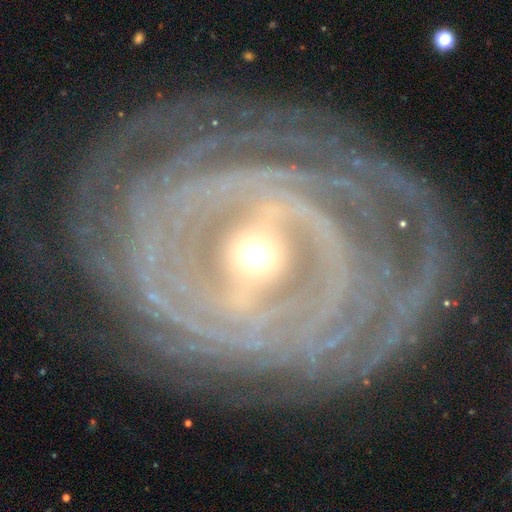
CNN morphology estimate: Smooth or featured? featured or disk (90%)
Edge-on disk? no (95%)
Bar? strong (42%)
Spiral arms? yes (93%)
Spiral winding? tight (78%)
Spiral arm count? can't tell (29%)
Bulge size? small (48%)
Merging? none (76%)